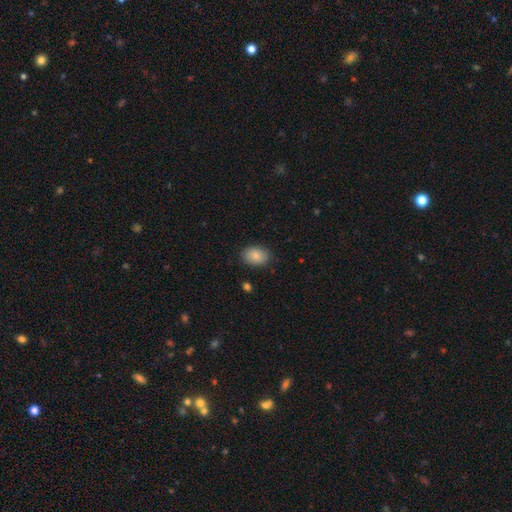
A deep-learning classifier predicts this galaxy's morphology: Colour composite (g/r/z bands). It shows a smooth galaxy with no disk features (87%) that is in between round and cigar-shaped (78%). Merging: none (85%).